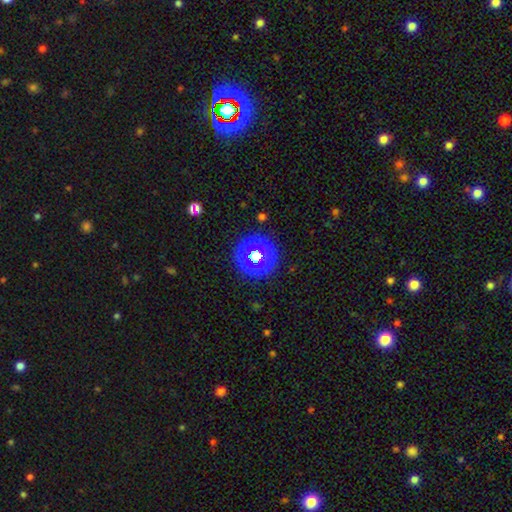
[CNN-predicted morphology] Q: Smooth or featured?
A: star or artifact (55%); runner-up: smooth (33%)